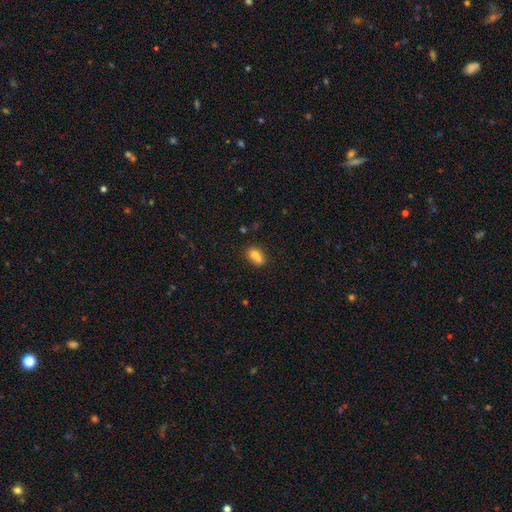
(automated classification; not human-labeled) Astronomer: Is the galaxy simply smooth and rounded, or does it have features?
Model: smooth — 73%.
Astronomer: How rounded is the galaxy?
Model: in between — 66%.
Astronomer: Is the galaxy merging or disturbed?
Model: merger — 47% (runner-up: none, 36%).